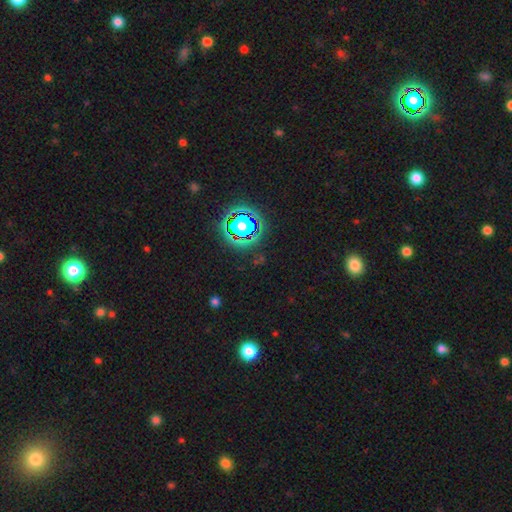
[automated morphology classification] A star or artifact, not a galaxy (75%).